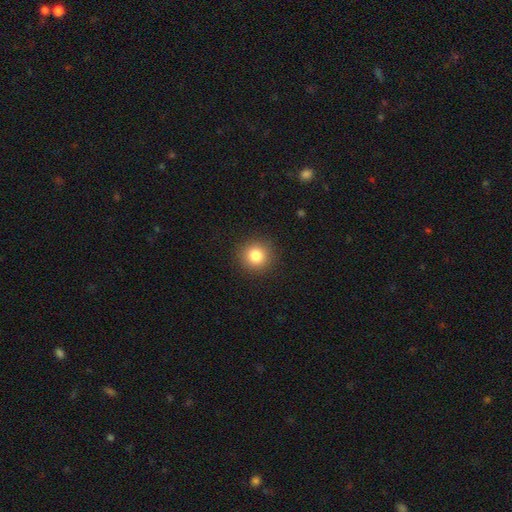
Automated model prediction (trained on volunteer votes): Smooth or featured: smooth — 83% (star or artifact — 11%)
How rounded: round — 93% (in between — 6%)
Merging: none — 91% (minor disturbance — 6%)